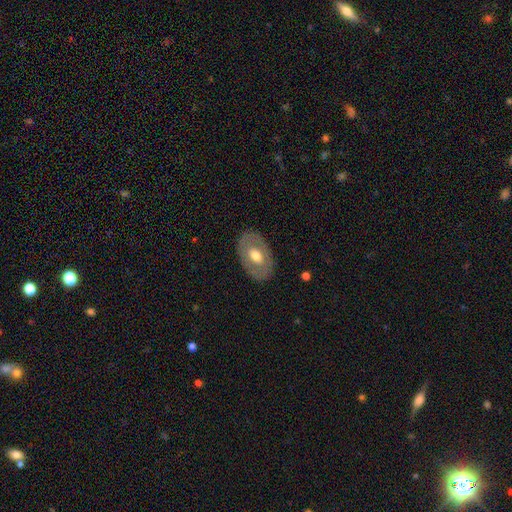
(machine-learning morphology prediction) This is possibly a smooth galaxy (54%). How rounded: clearly in between (86%). Merging: clearly none (84%).